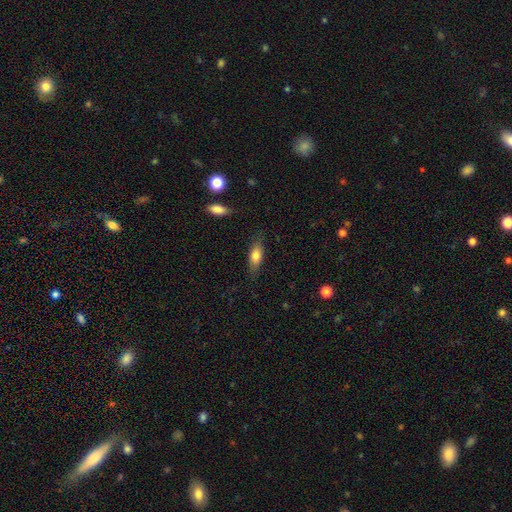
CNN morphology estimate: This appears to be a smooth galaxy with no disk features (73%) that is in between round and cigar-shaped (67%). Merging: none (78%).